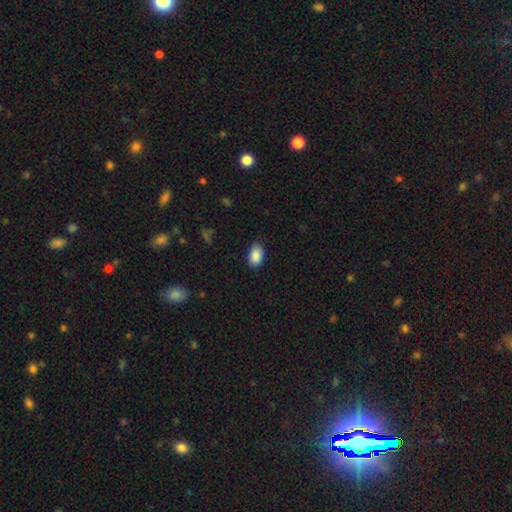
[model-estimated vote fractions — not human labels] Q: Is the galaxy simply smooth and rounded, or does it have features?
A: smooth — 90%.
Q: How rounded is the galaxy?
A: in between — 91%.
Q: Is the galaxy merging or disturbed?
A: none — 84%.